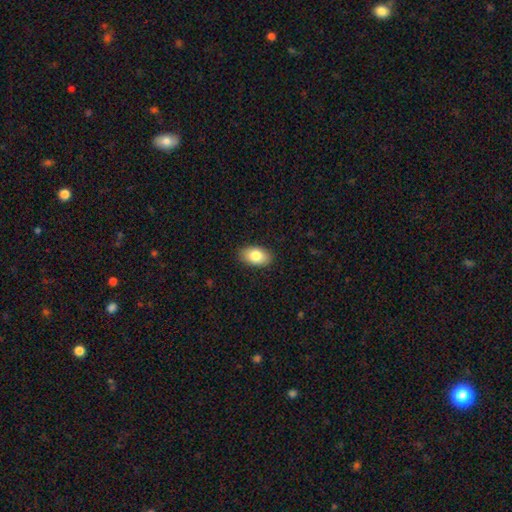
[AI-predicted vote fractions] Smooth or featured? Predicted: smooth (p=0.83). How rounded? Predicted: in between (p=0.92). Merging? Predicted: none (p=0.88).